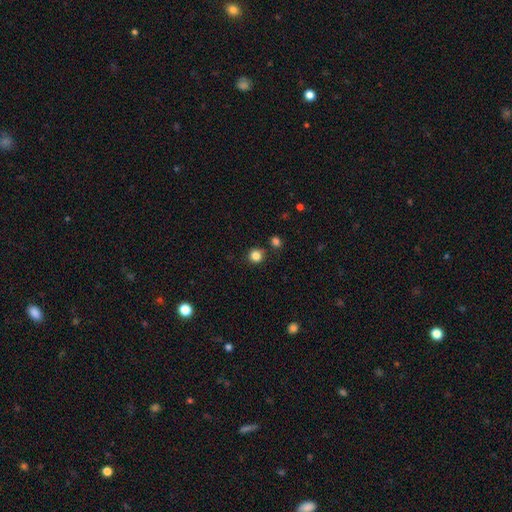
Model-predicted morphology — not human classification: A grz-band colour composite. It shows a smooth galaxy with no disk features (84%) that is round (91%). Merging: none (85%).